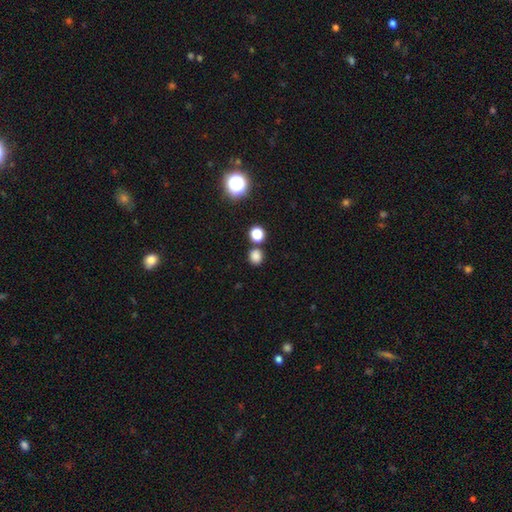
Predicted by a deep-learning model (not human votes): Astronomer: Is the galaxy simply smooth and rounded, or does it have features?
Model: smooth — 79%.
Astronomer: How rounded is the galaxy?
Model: round — 80%.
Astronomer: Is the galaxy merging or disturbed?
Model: none — 76%.